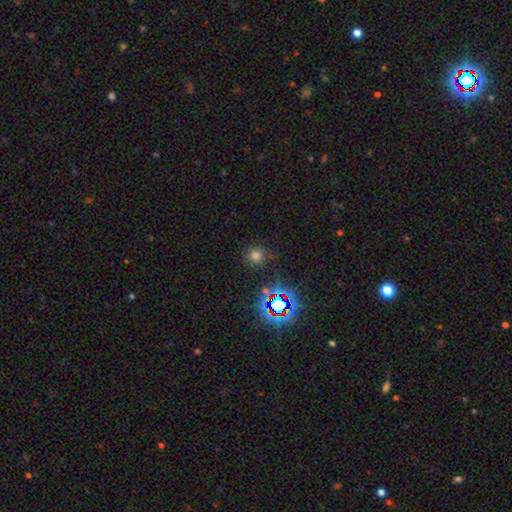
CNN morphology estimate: smooth_or_featured: smooth (p=0.65) [alt: star or artifact p=0.28]
how_rounded: round (p=0.92) [alt: in between p=0.07]
merging: none (p=0.83) [alt: minor disturbance p=0.10]